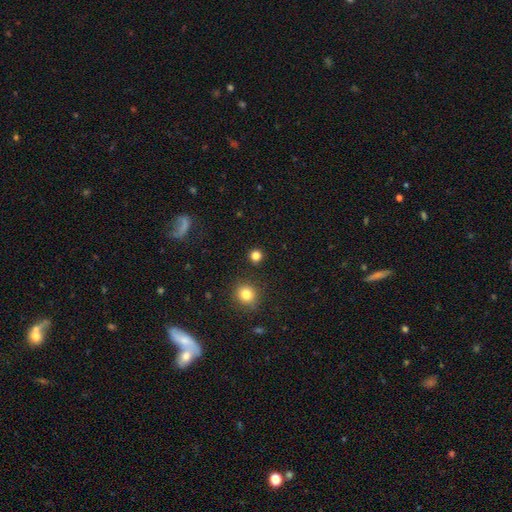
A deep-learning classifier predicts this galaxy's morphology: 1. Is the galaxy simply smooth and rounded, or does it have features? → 81% smooth, 15% star or artifact, 4% featured or disk.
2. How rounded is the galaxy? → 92% round, 7% in between, 1% cigar-shaped.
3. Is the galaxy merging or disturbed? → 90% none, 5% minor disturbance, 2% major disturbance, 2% merger.